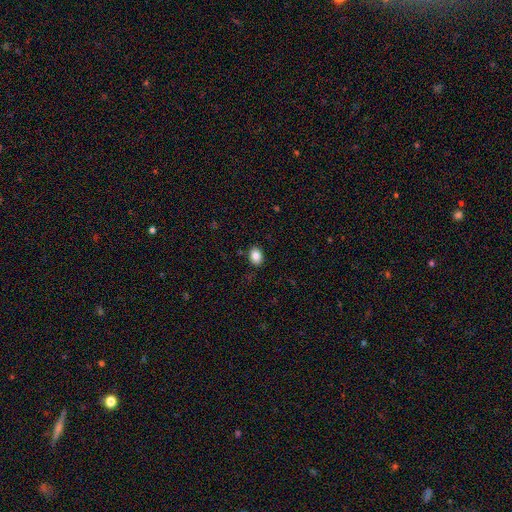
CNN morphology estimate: smooth-or-featured: smooth: 84% | star or artifact: 9% | featured or disk: 7%
  how-rounded: in between: 62% | round: 37% | cigar-shaped: 1%
  merging: none: 87% | minor disturbance: 9% | major disturbance: 2% | merger: 1%